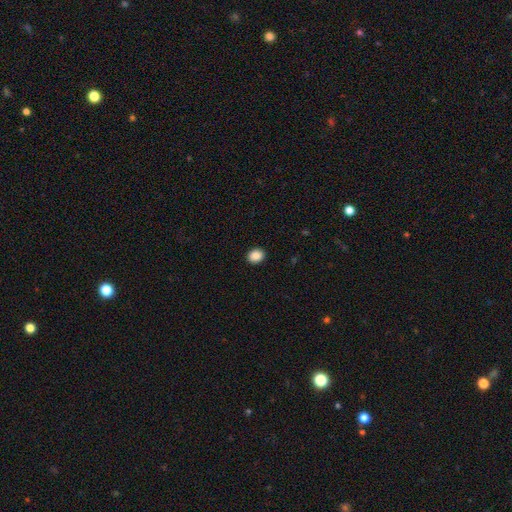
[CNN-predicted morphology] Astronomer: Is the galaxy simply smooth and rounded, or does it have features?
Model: smooth — 88%.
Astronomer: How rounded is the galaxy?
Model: round — 51% (runner-up: in between, 48%).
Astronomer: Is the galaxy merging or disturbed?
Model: none — 92%.